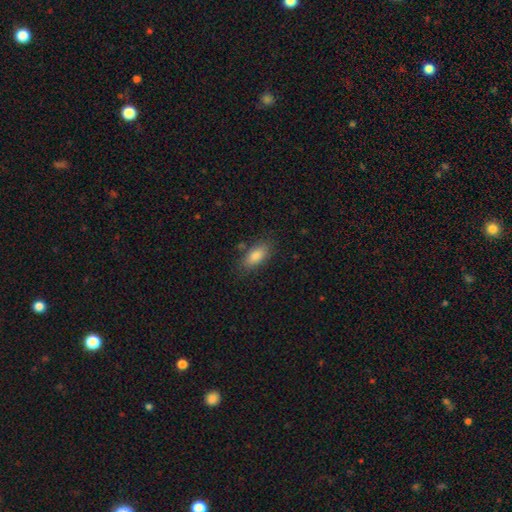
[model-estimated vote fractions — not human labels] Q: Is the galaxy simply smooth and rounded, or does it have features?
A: smooth — 84%.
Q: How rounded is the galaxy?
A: in between — 86%.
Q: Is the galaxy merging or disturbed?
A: none — 81%.